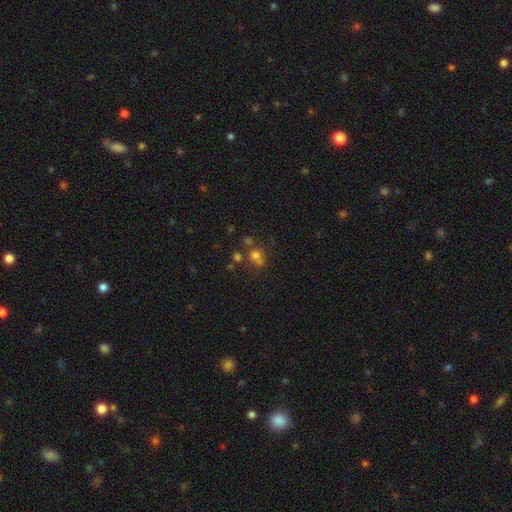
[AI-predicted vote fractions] This is likely a smooth galaxy (63%). How rounded: clearly round (83%). Merging: possibly none (50%).